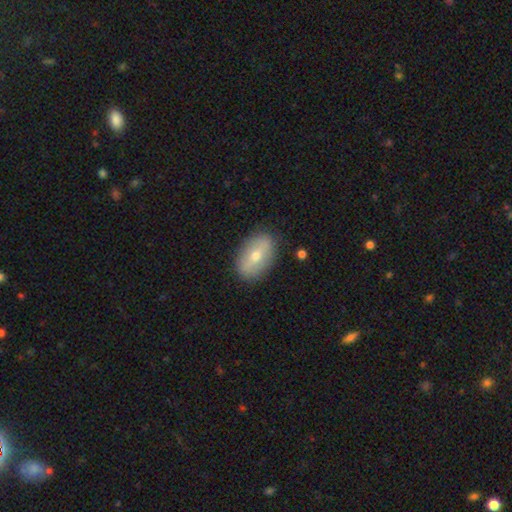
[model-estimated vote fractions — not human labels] Overall: smooth (53%; featured or disk 40%). How rounded: in between (88%). Merging: none (86%).